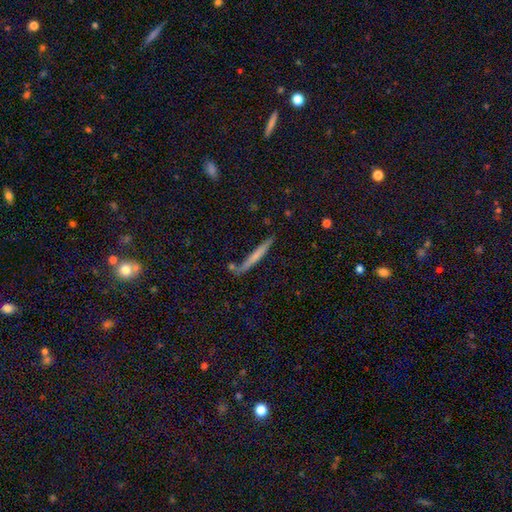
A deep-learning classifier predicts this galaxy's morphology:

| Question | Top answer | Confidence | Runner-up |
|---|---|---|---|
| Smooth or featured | smooth | 54% | featured or disk (39%) |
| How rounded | cigar-shaped | 96% | in between (3%) |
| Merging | none | 77% | minor disturbance (13%) |